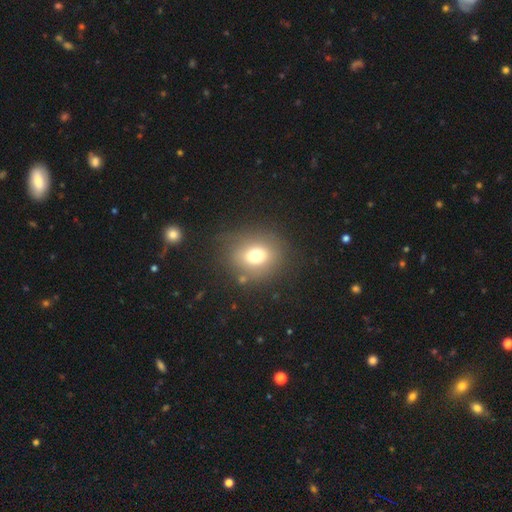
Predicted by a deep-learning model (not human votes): Smooth or featured: smooth — 71% (featured or disk — 15%)
How rounded: round — 67% (in between — 32%)
Merging: none — 76% (minor disturbance — 14%)